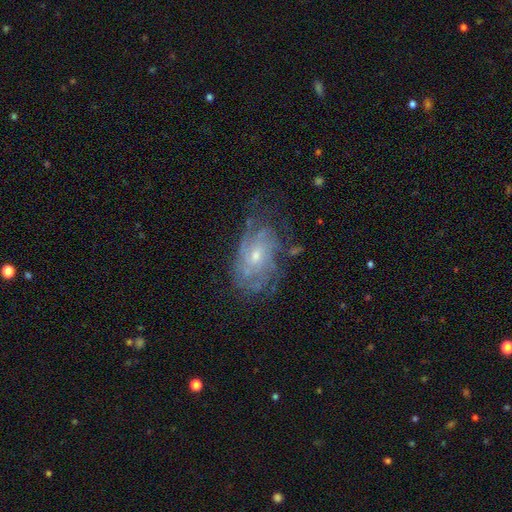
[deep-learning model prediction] A featured or disk galaxy (79%) with no bar (67%), tight (58%) spiral arms (86%) and a small central bulge (60%).

Vote fractions:
- Smooth or featured? featured or disk: 79% / smooth: 14% / star or artifact: 8%
- Edge-on disk? no: 96% / yes: 4%
- Bar? no: 67% / weak: 29% / strong: 4%
- Spiral arms? yes: 86% / no: 14%
- Spiral winding? tight: 58% / medium: 31% / loose: 11%
- Spiral arm count? can't tell: 54% / 2: 14% / 3: 11% / 4: 11% / more than 4: 5% / 1: 5%
- Bulge size? small: 60% / moderate: 36% / none: 2% / large: 1% / dominant: 1%
- Merging? none: 59% / minor disturbance: 24% / major disturbance: 14% / merger: 2%